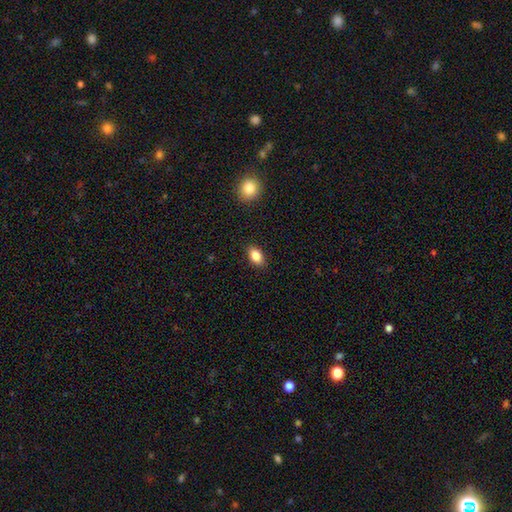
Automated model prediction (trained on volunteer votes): Smooth or featured? smooth (85%)
How rounded? in between (88%)
Merging? none (88%)